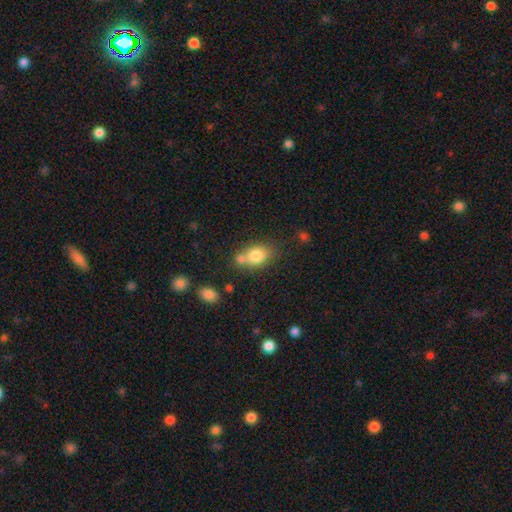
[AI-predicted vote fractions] Q: Smooth or featured?
A: smooth (78%); runner-up: featured or disk (12%)
Q: How rounded?
A: in between (68%); runner-up: round (30%)
Q: Merging?
A: none (49%); runner-up: merger (32%)